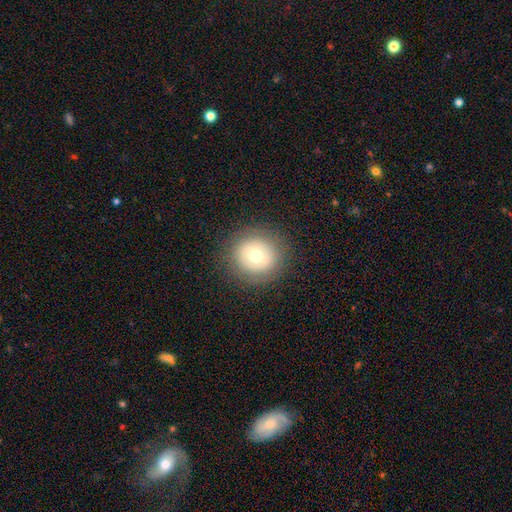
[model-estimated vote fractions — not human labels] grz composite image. It shows a smooth galaxy with no disk features (62%) that is round (94%). Merging: none (88%).